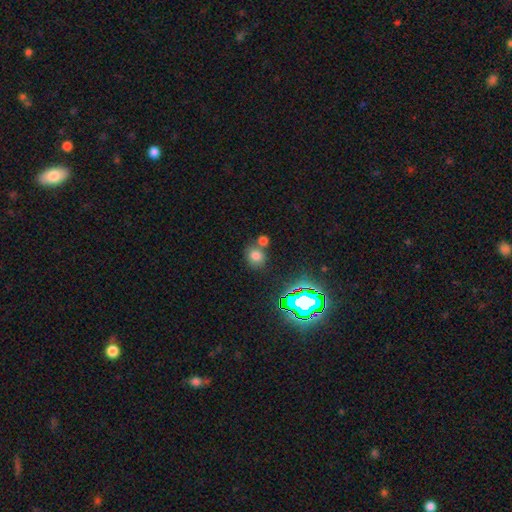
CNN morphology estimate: This appears to be a smooth galaxy with no disk features (72%) that is round (72%). Merging: none (60%).